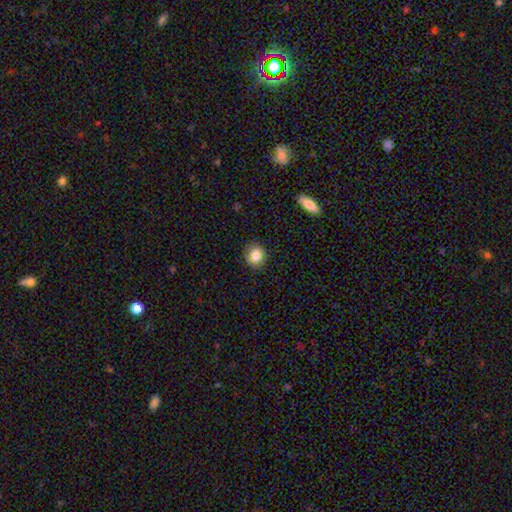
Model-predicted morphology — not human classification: Overall: smooth (84%). How rounded: round (75%). Merging: none (86%).